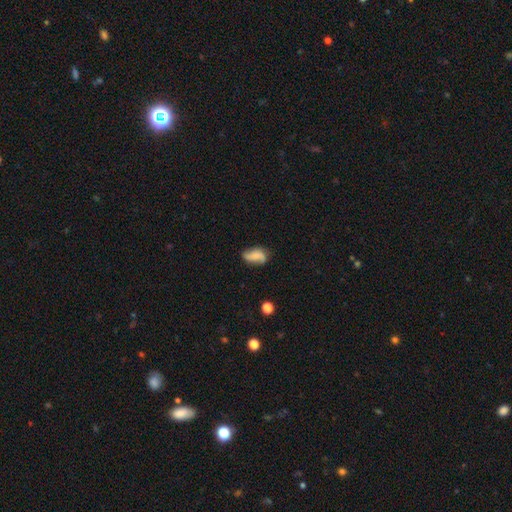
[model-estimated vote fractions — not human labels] This appears to be a featured or disk galaxy (47%). Merging: none (64%).